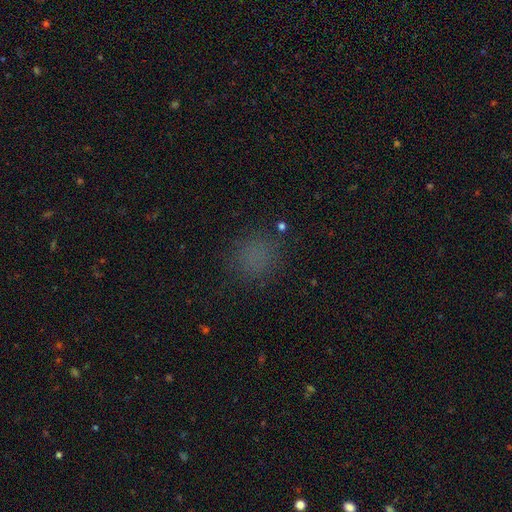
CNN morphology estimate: smooth-or-featured: smooth: 72% | star or artifact: 23% | featured or disk: 6%
  how-rounded: round: 82% | in between: 16% | cigar-shaped: 1%
  merging: none: 83% | minor disturbance: 11% | major disturbance: 5% | merger: 2%